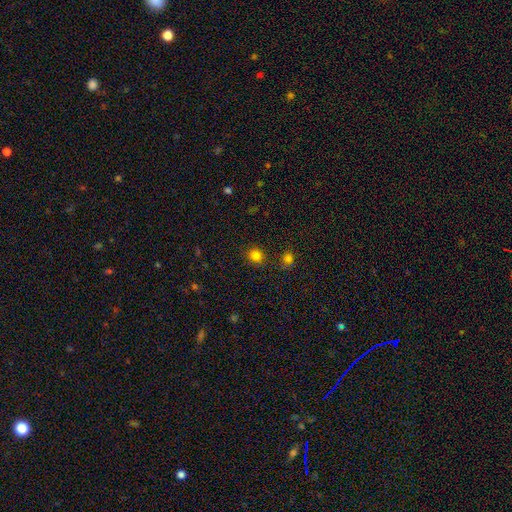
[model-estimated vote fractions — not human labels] Smooth or featured?
  - smooth: 81% *
  - star or artifact: 14%
  - featured or disk: 4%
How rounded?
  - round: 86% *
  - in between: 13%
  - cigar-shaped: 1%
Merging?
  - none: 85% *
  - minor disturbance: 8%
  - merger: 4%
  - major disturbance: 3%